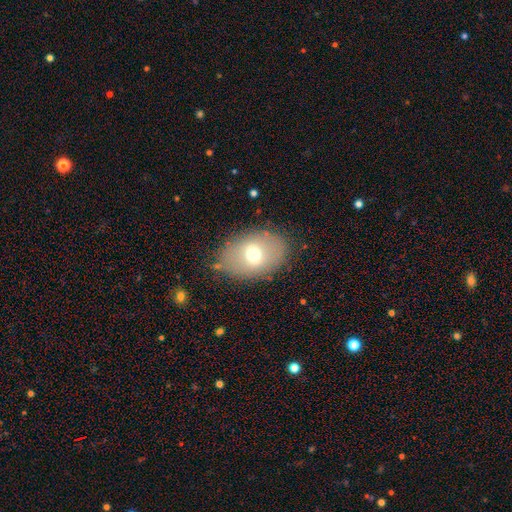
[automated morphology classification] smooth-or-featured: smooth: 65% | featured or disk: 25% | star or artifact: 10%
  how-rounded: in between: 82% | round: 17% | cigar-shaped: 1%
  merging: none: 82% | minor disturbance: 13% | major disturbance: 4% | merger: 2%